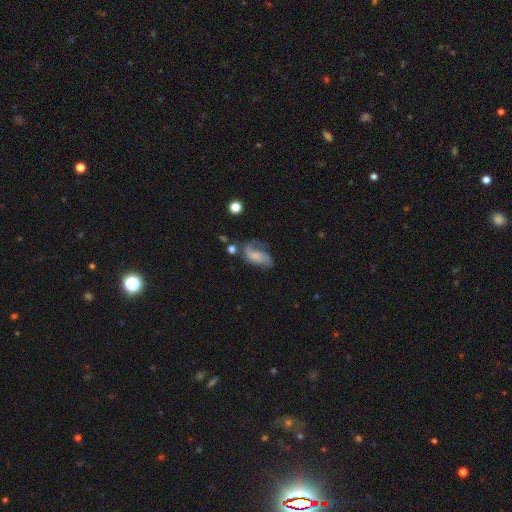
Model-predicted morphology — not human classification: A featured or disk galaxy (61%) with no bar (64%), spiral arms (86%) and a small central bulge (50%). Merging: none (40%).